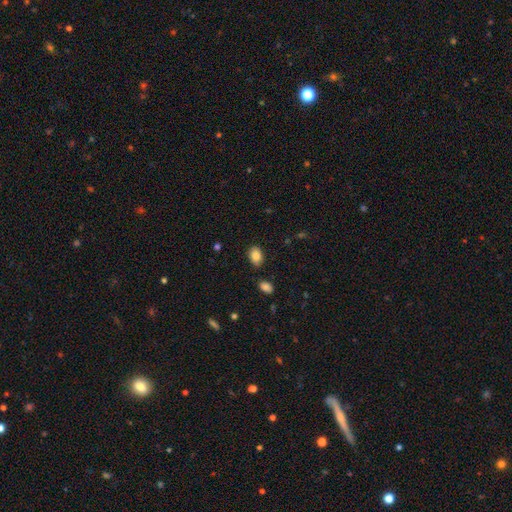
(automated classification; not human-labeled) Overall: smooth (85%). How rounded: in between (81%). Merging: none (81%).